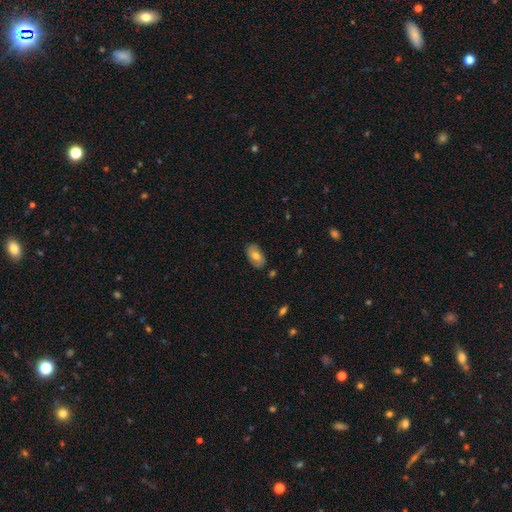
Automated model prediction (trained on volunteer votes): smooth-or-featured: smooth: 68% | featured or disk: 25% | star or artifact: 7%
  how-rounded: in between: 93% | round: 5% | cigar-shaped: 2%
  merging: none: 83% | minor disturbance: 13% | major disturbance: 2% | merger: 2%